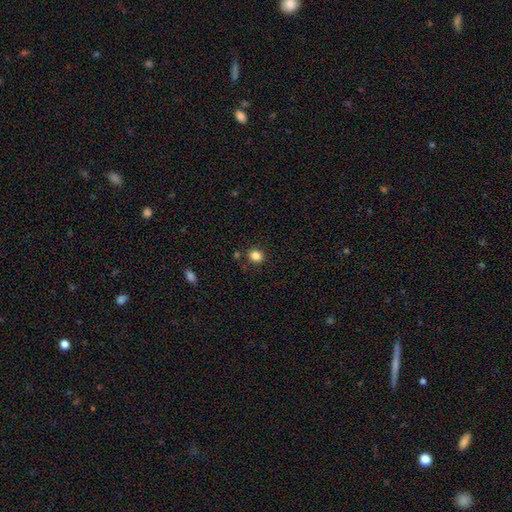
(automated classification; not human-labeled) This appears to be a smooth galaxy with no disk features (85%) that is round (77%). Merging: none (85%).